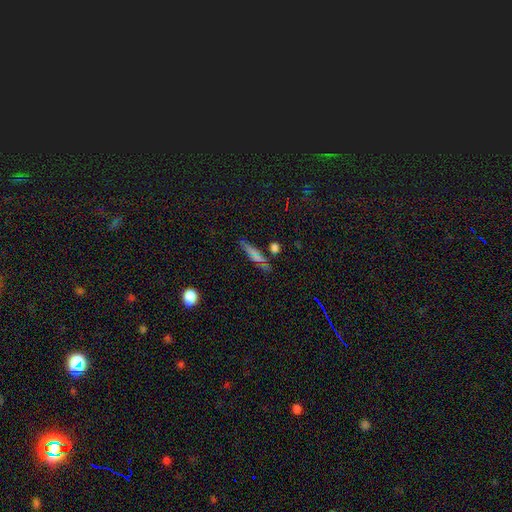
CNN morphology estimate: A smooth galaxy with no disk features (56%) that is cigar-shaped (65%).

Vote fractions:
- Smooth or featured? smooth: 56% / star or artifact: 25% / featured or disk: 20%
- How rounded? cigar-shaped: 65% / in between: 26% / round: 9%
- Merging? none: 73% / minor disturbance: 15% / merger: 6% / major disturbance: 6%